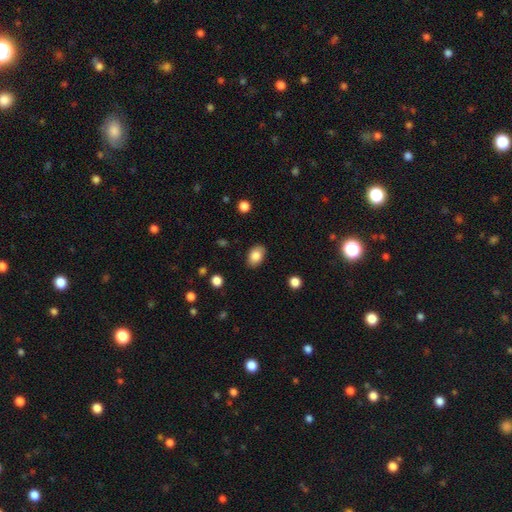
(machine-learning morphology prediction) A smooth galaxy with no disk features (84%) that is in between round and cigar-shaped (84%). Merging: none (86%).